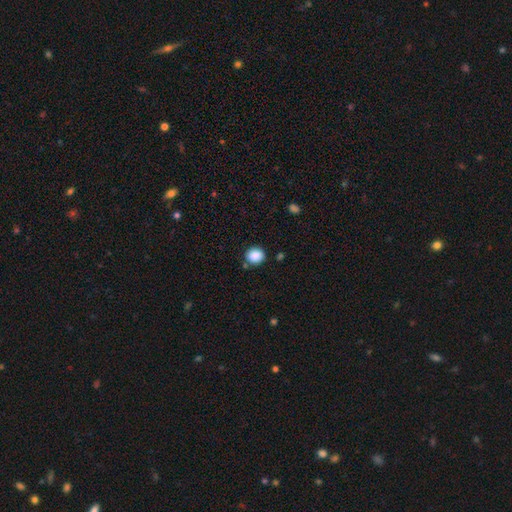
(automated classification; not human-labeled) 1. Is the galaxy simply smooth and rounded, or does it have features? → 88% smooth, 9% star or artifact, 3% featured or disk.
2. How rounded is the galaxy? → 82% round, 17% in between, 1% cigar-shaped.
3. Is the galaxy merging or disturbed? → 83% none, 10% minor disturbance, 5% merger, 3% major disturbance.